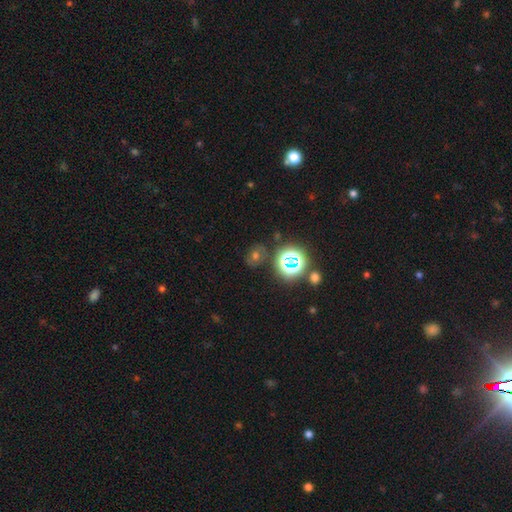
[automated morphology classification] star or artifact 45%, smooth 39%, featured or disk 15%.